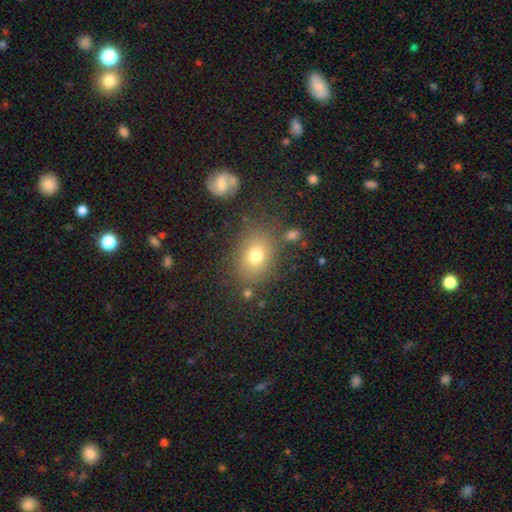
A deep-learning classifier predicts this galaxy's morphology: Smooth or featured? smooth (75%)
How rounded? in between (59%)
Merging? none (79%)